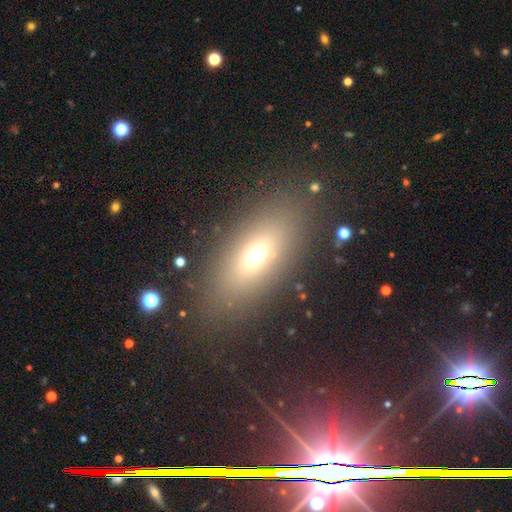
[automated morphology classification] Q: Smooth or featured?
A: smooth (64%); runner-up: featured or disk (20%)
Q: How rounded?
A: in between (77%); runner-up: cigar-shaped (13%)
Q: Merging?
A: none (80%); runner-up: minor disturbance (10%)